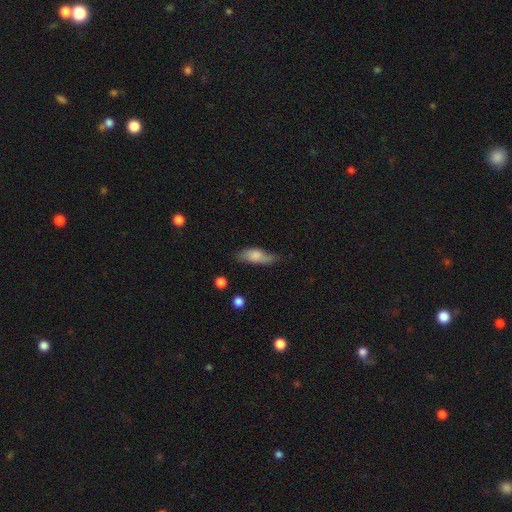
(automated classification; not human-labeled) Smooth or featured: smooth — 72% (featured or disk — 21%)
How rounded: in between — 67% (cigar-shaped — 30%)
Merging: none — 50% (minor disturbance — 35%)